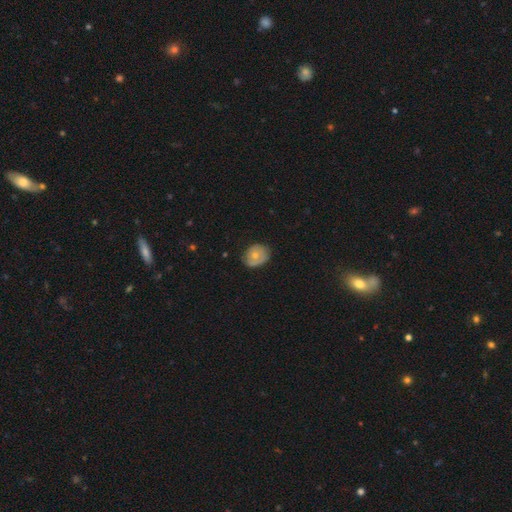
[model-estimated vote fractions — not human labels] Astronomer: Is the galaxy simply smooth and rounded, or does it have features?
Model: smooth — 51% (runner-up: featured or disk, 42%).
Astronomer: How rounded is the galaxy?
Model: round — 56% (runner-up: in between, 43%).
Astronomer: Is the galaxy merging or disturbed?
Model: none — 67%.